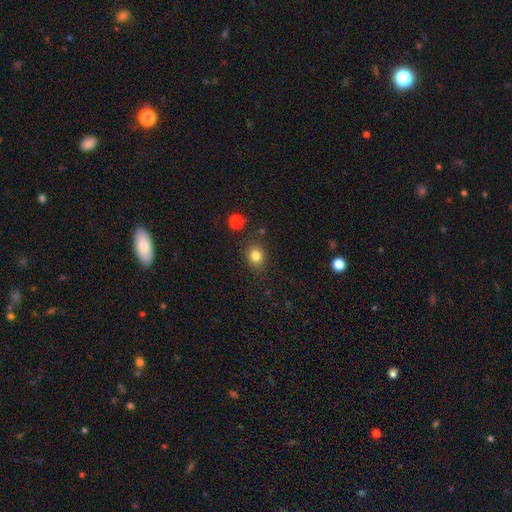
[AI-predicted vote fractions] A smooth galaxy with no disk features (82%) that is round (73%).

Vote fractions:
- Smooth or featured? smooth: 82% / star or artifact: 13% / featured or disk: 6%
- How rounded? round: 73% / in between: 26% / cigar-shaped: 1%
- Merging? none: 85% / minor disturbance: 9% / major disturbance: 3% / merger: 3%